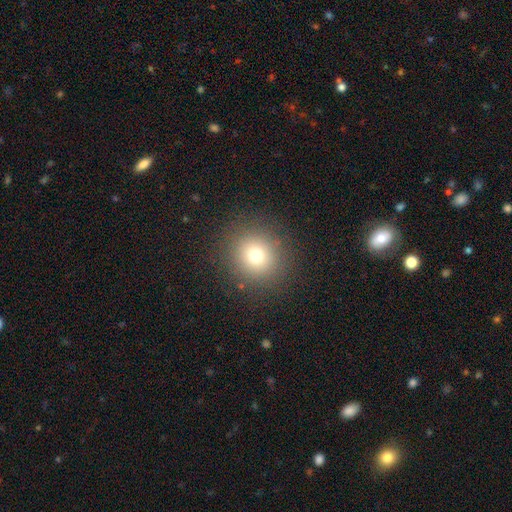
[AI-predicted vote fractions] Smooth or featured?
  - smooth: 72% *
  - star or artifact: 18%
  - featured or disk: 10%
How rounded?
  - round: 92% *
  - in between: 7%
  - cigar-shaped: 1%
Merging?
  - none: 88% *
  - minor disturbance: 7%
  - major disturbance: 4%
  - merger: 1%